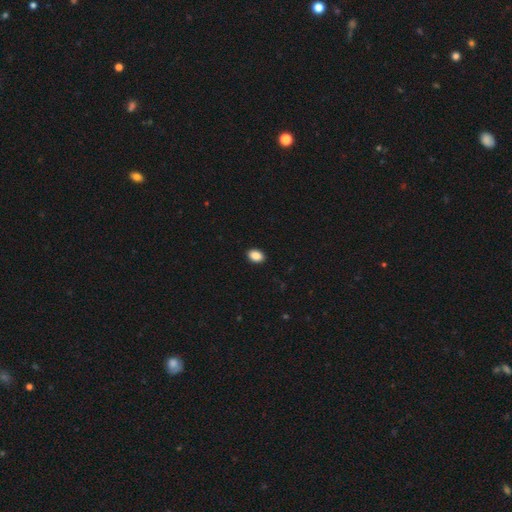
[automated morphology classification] smooth-or-featured: smooth: 89% | star or artifact: 8% | featured or disk: 3%
  how-rounded: in between: 82% | round: 16% | cigar-shaped: 1%
  merging: none: 92% | minor disturbance: 6% | major disturbance: 2% | merger: 1%